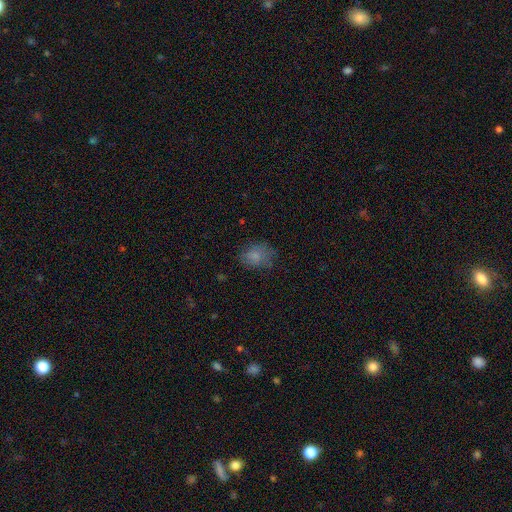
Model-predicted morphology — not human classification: smooth-or-featured: smooth: 77% | featured or disk: 11% | star or artifact: 11%
  how-rounded: in between: 56% | round: 43% | cigar-shaped: 1%
  merging: none: 65% | minor disturbance: 23% | major disturbance: 10% | merger: 2%